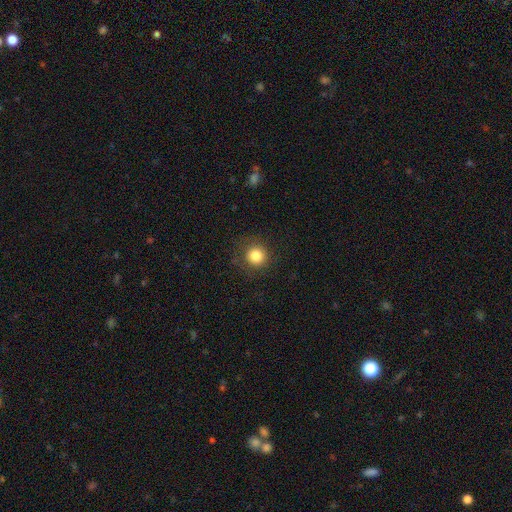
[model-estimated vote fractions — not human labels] Smooth or featured? smooth (83%)
How rounded? round (93%)
Merging? none (85%)